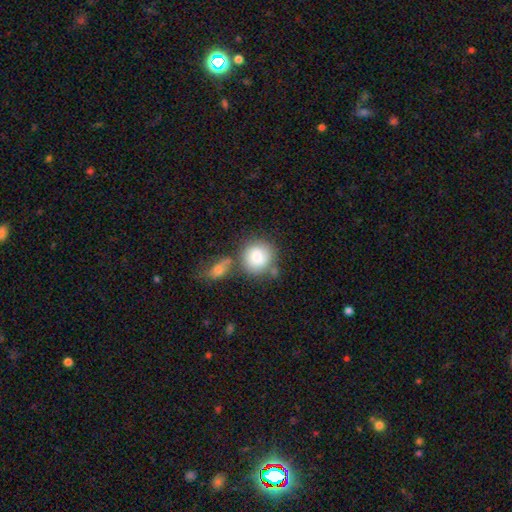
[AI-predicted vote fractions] smooth 81%, featured or disk 12%, star or artifact 7%. Down the decision tree: how rounded — round (84%); merging — none (54%).